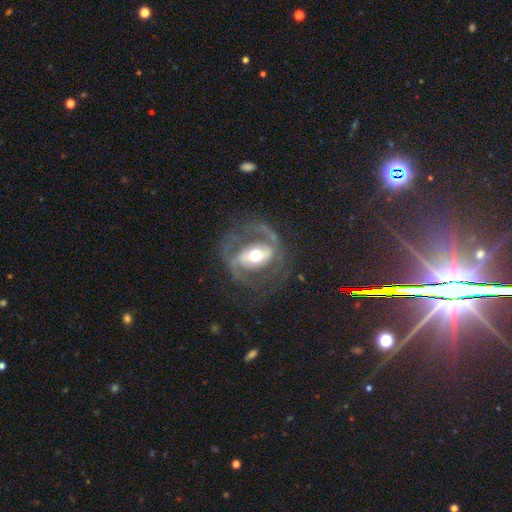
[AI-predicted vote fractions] Smooth or featured? featured or disk (82%)
Edge-on disk? no (95%)
Bar? strong (48%)
Spiral arms? yes (80%)
Spiral winding? medium (48%)
Spiral arm count? 2 (81%)
Bulge size? moderate (67%)
Merging? none (67%)